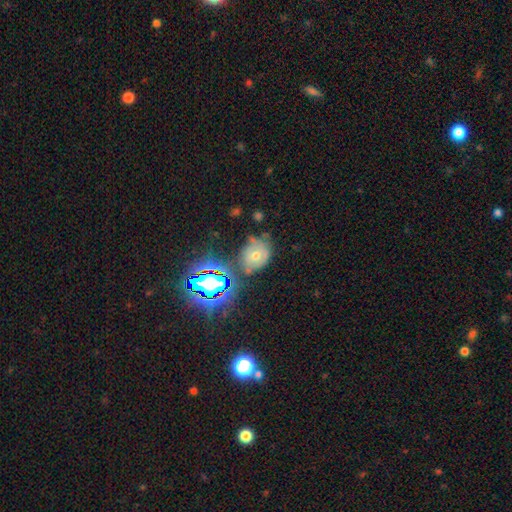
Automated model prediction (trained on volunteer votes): A smooth galaxy with no disk features (45%).

Vote fractions:
- Smooth or featured? smooth: 45% / featured or disk: 33% / star or artifact: 22%
- Merging? none: 50% / minor disturbance: 28% / major disturbance: 12% / merger: 9%